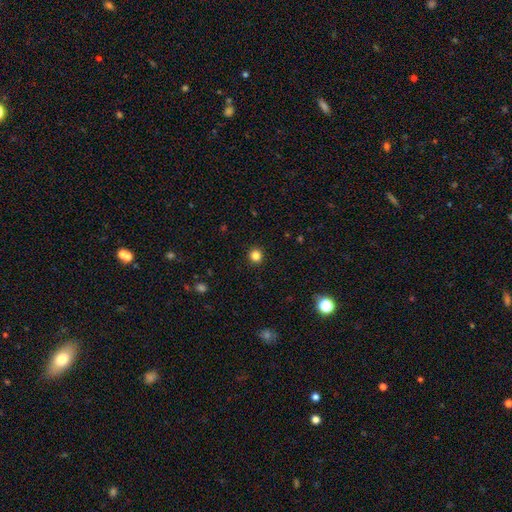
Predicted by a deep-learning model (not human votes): Smooth or featured: smooth — 83% (star or artifact — 13%)
How rounded: round — 94% (in between — 5%)
Merging: none — 93% (minor disturbance — 5%)